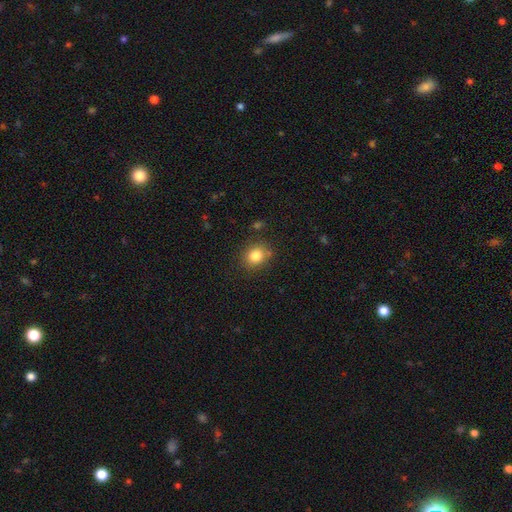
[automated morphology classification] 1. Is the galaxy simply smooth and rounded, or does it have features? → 83% smooth, 10% star or artifact, 7% featured or disk.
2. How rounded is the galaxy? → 71% round, 28% in between, 1% cigar-shaped.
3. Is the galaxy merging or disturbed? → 80% none, 13% minor disturbance, 4% major disturbance, 3% merger.